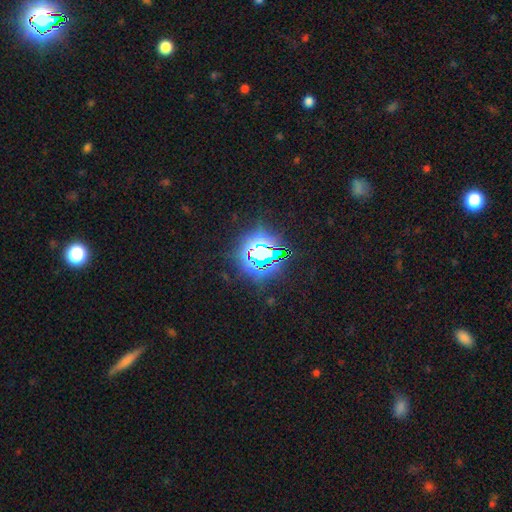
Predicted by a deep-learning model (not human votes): Smooth or featured? Predicted: star or artifact (p=0.78).